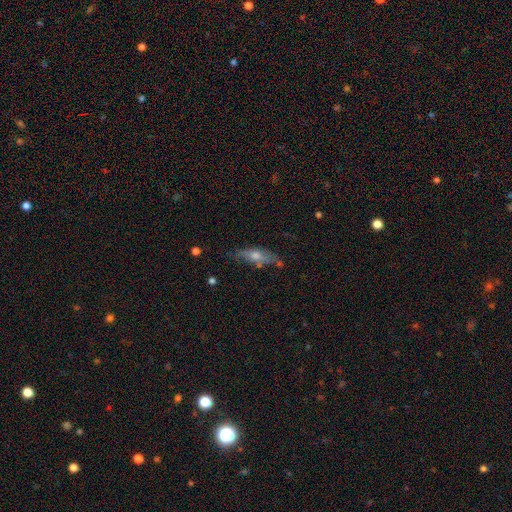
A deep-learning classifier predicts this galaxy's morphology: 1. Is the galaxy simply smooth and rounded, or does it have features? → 48% featured or disk, 43% smooth, 8% star or artifact.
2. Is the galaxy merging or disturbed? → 64% none, 24% minor disturbance, 7% major disturbance, 5% merger.